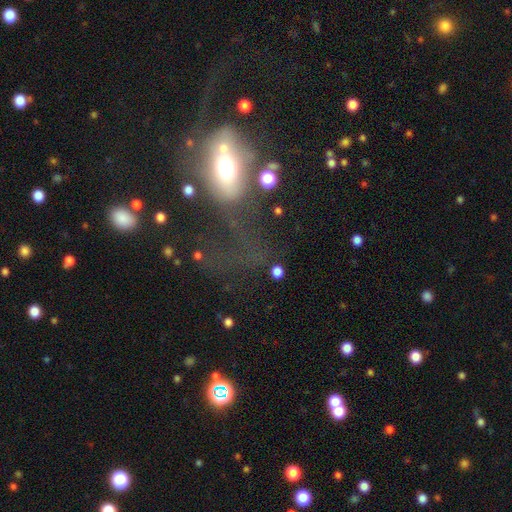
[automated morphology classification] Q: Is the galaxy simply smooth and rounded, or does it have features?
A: smooth — 44%.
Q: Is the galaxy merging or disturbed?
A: major disturbance — 38%.